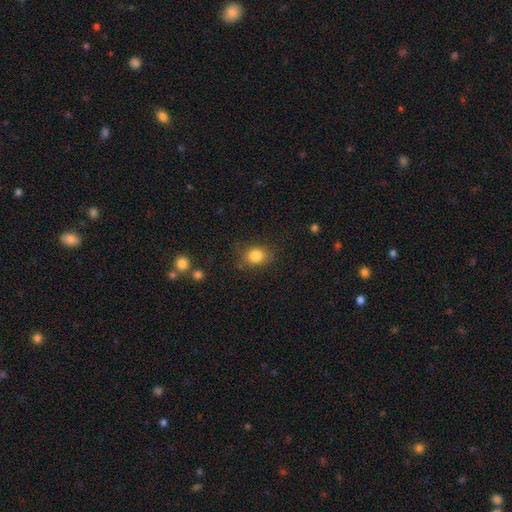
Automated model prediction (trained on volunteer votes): A smooth galaxy with no disk features (83%) that is round (52%).

Vote fractions:
- Smooth or featured? smooth: 83% / star or artifact: 10% / featured or disk: 7%
- How rounded? round: 52% / in between: 47% / cigar-shaped: 1%
- Merging? none: 76% / minor disturbance: 17% / major disturbance: 5% / merger: 2%